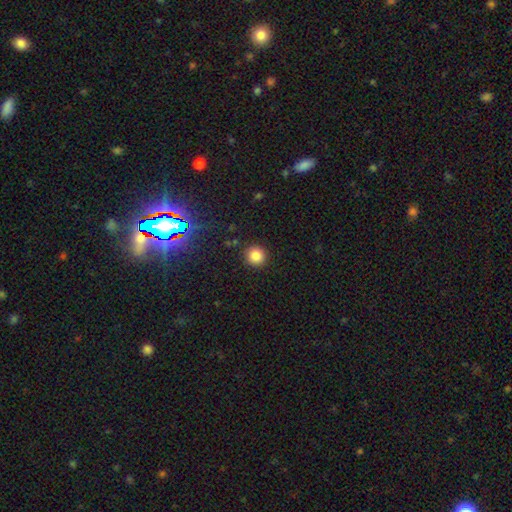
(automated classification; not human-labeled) smooth 83%, star or artifact 12%, featured or disk 5%. Down the decision tree: how rounded — round (93%); merging — none (91%).